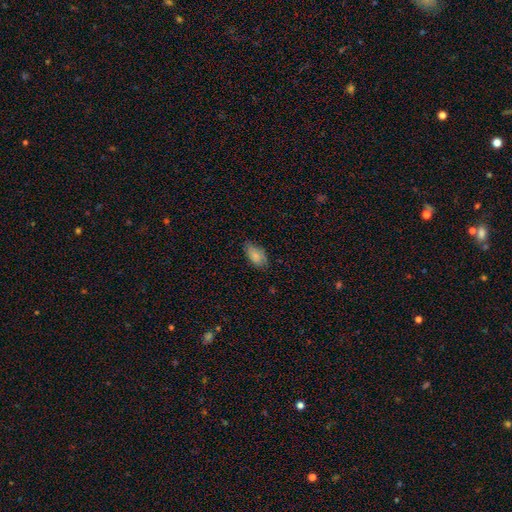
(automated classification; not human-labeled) A smooth galaxy with no disk features (81%) that is in between round and cigar-shaped (93%). Merging: none (67%).